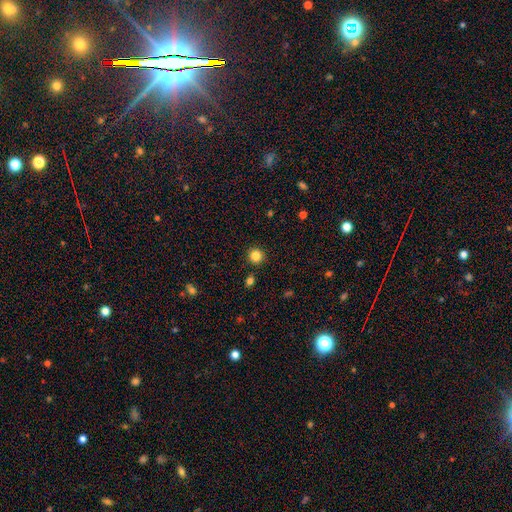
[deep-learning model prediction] smooth-or-featured: smooth: 84% | star or artifact: 12% | featured or disk: 5%
  how-rounded: round: 93% | in between: 6% | cigar-shaped: 1%
  merging: none: 90% | minor disturbance: 6% | merger: 3% | major disturbance: 2%